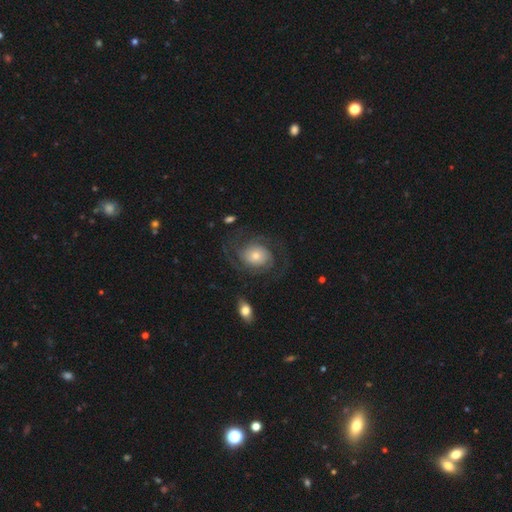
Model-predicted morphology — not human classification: Overall: featured or disk (75%). Edge-on disk: no (97%). Bar: no (77%). Spiral arms: yes (92%). Spiral arm count: 2 (65%). Spiral winding: medium (42%; tight 37%). Bulge size: small (43%; moderate 42%). Merging: none (68%).